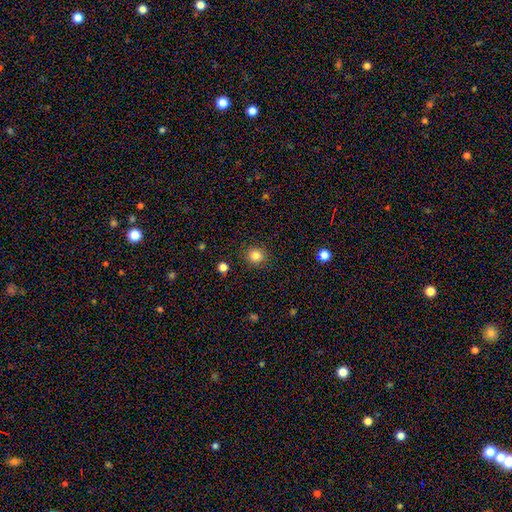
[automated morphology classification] Smooth or featured: smooth — 84% (star or artifact — 12%)
How rounded: round — 86% (in between — 13%)
Merging: none — 89% (minor disturbance — 7%)